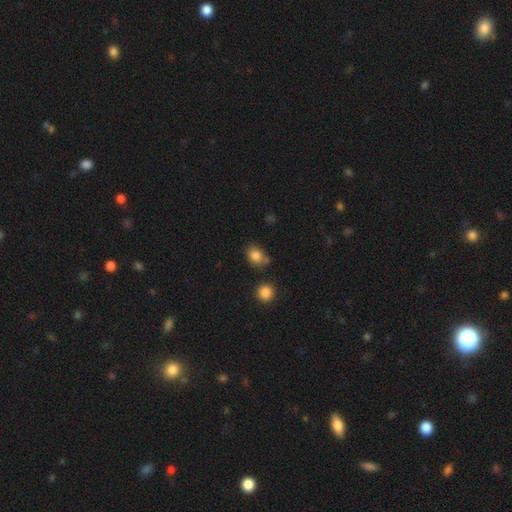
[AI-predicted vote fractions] Smooth or featured? smooth (84%)
How rounded? in between (53%)
Merging? none (65%)